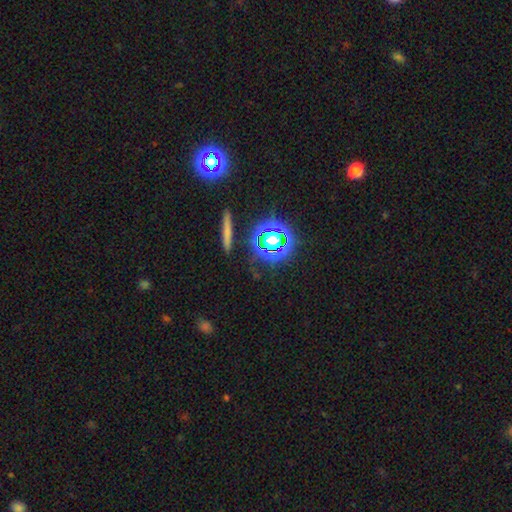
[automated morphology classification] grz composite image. It shows a star or artifact, not a galaxy (69%).